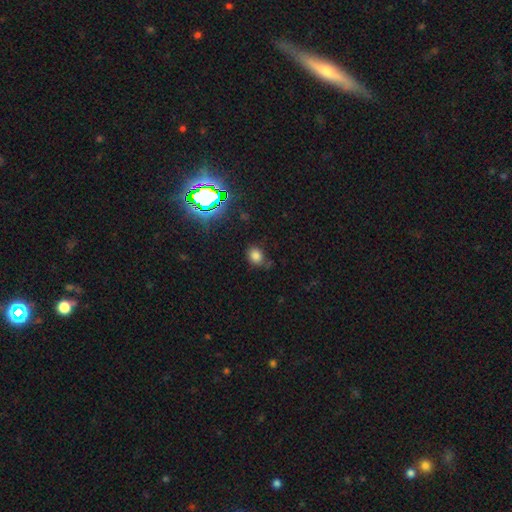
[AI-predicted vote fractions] This appears to be a smooth galaxy with no disk features (73%) that is round (55%). Merging: none (71%).